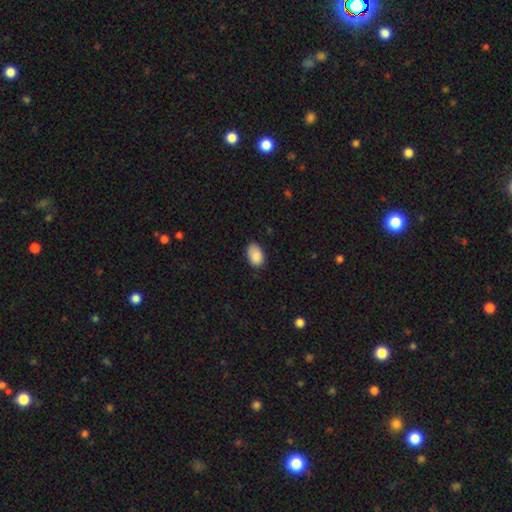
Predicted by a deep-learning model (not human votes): Morphology: type=smooth (89%); roundness=in between (87%); merging=none (77%).